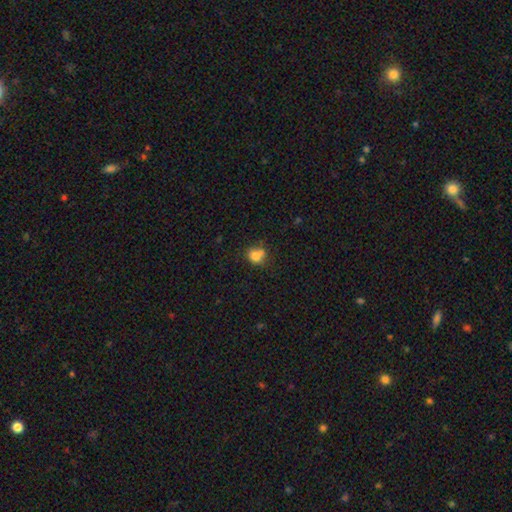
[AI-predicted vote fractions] Smooth or featured? smooth (75%)
How rounded? round (70%)
Merging? none (45%)